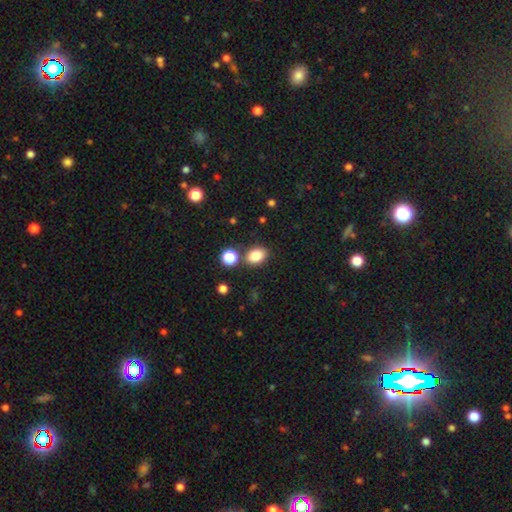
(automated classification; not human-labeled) The model was most divided on "how rounded": in between: 75%, round: 24%, cigar-shaped: 1%. More confident: smooth or featured — smooth (84%); merging — none (78%).